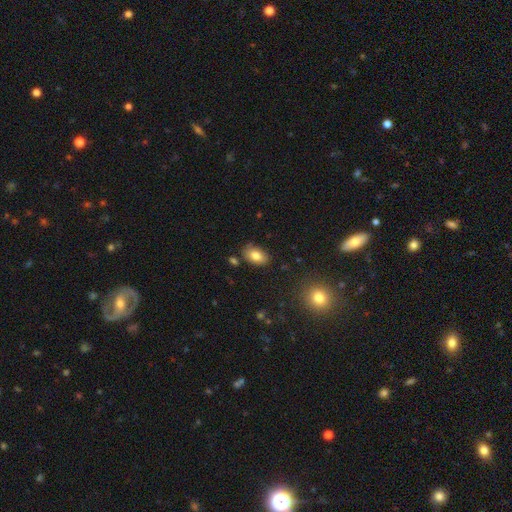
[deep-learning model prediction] This is clearly a smooth galaxy (81%). How rounded: clearly in between (90%). Merging: likely none (78%).